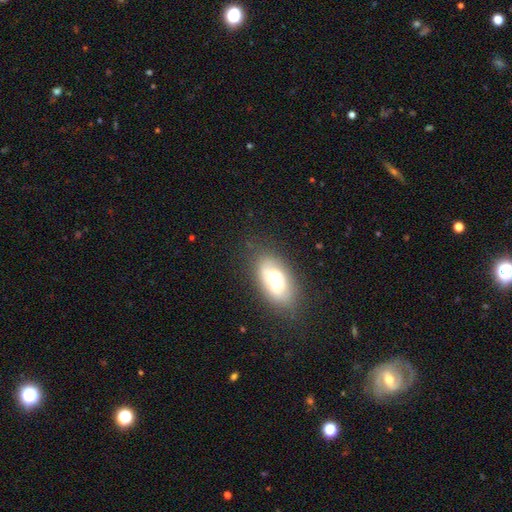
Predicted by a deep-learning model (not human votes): Smooth or featured? smooth (69%)
How rounded? in between (87%)
Merging? none (83%)